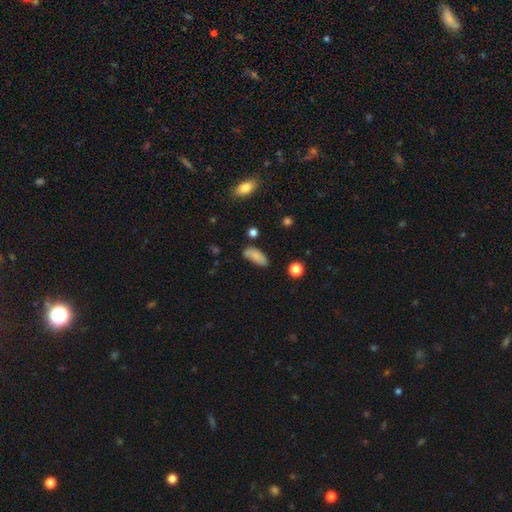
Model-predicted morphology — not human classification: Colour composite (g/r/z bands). It shows a smooth galaxy with no disk features (79%) that is in between round and cigar-shaped (86%). Merging: none (58%).